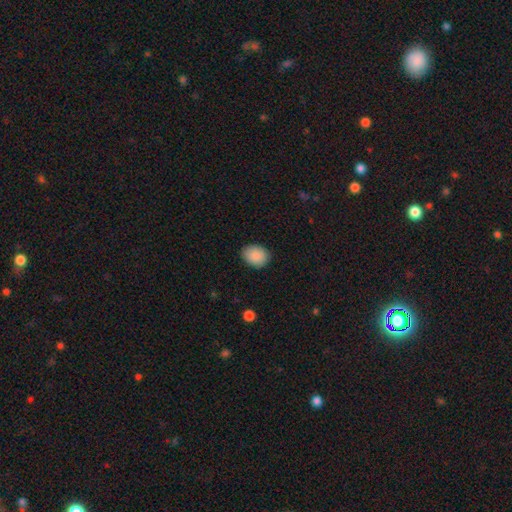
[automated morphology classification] smooth-or-featured: smooth: 90% | star or artifact: 7% | featured or disk: 3%
  how-rounded: in between: 64% | round: 35% | cigar-shaped: 1%
  merging: none: 86% | minor disturbance: 11% | major disturbance: 2% | merger: 1%